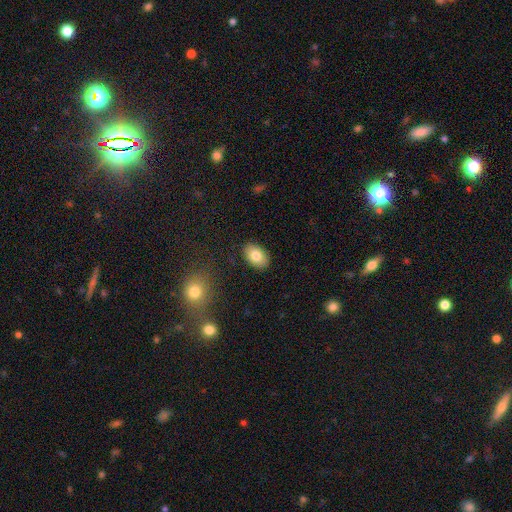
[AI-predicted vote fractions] This is clearly a smooth galaxy (81%). How rounded: clearly in between (88%). Merging: clearly none (88%).